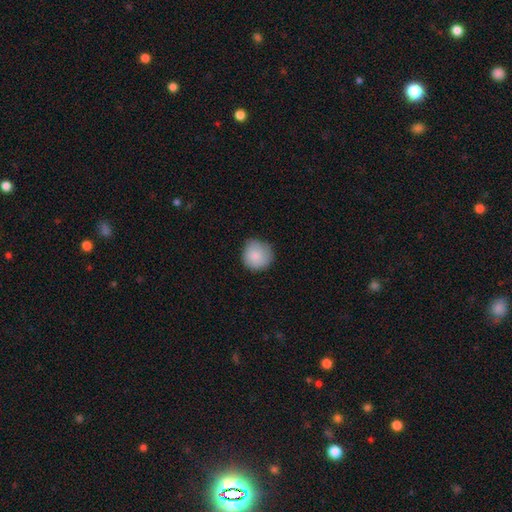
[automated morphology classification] The model was most divided on "merging": none: 73%, minor disturbance: 22%, major disturbance: 4%, merger: 1%. More confident: how rounded — round (92%); smooth or featured — smooth (86%).